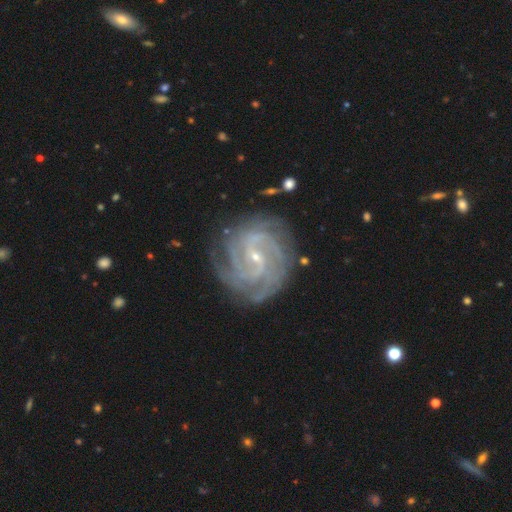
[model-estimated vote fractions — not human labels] Smooth or featured?
  - featured or disk: 89% *
  - star or artifact: 7%
  - smooth: 4%
Edge-on disk?
  - no: 98% *
  - yes: 2%
Bar?
  - weak: 49% *
  - strong: 27%
  - no: 24%
Spiral arms?
  - yes: 98% *
  - no: 2%
Spiral winding?
  - tight: 67% *
  - medium: 28%
  - loose: 5%
Spiral arm count?
  - 3: 22% * (tied)
  - 2: 22% * (tied)
  - 4: 20%
  - can't tell: 19%
  - more than 4: 10%
  - 1: 8%
Bulge size?
  - small: 76% *
  - moderate: 20%
  - none: 2%
  - large: 1%
  - dominant: 1%
Merging?
  - none: 81% *
  - minor disturbance: 13%
  - major disturbance: 4%
  - merger: 1%